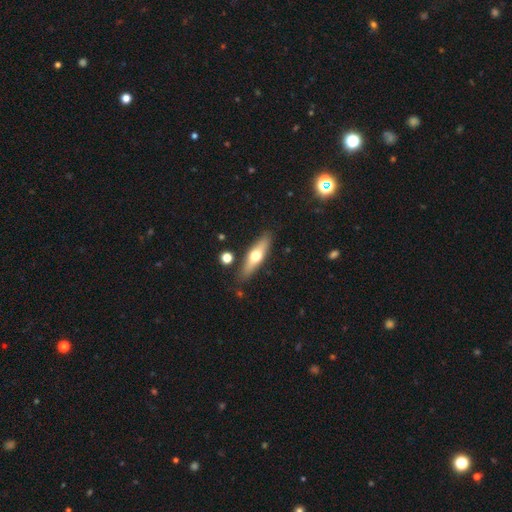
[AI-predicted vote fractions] Smooth or featured? Predicted: featured or disk (p=0.47, tied with smooth). Merging? Predicted: none (p=0.85).